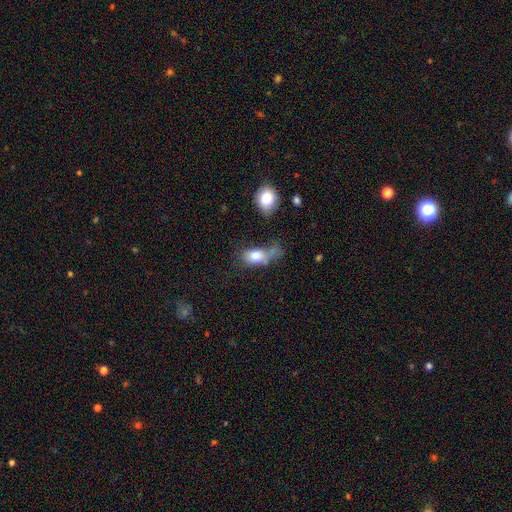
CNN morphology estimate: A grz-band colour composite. It shows a smooth galaxy with no disk features (75%) that is in between round and cigar-shaped (79%). Merging: major disturbance (36%).